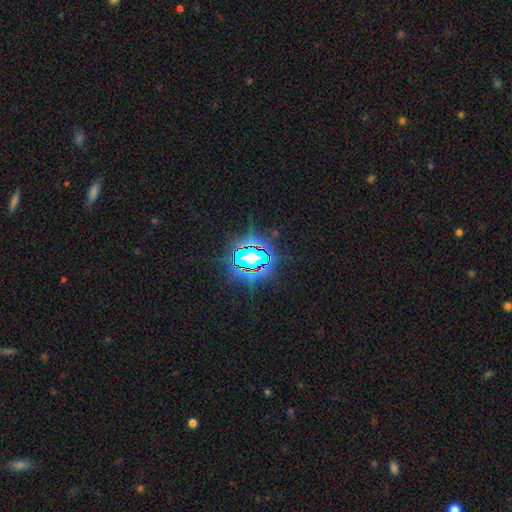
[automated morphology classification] A star or artifact, not a galaxy (82%).